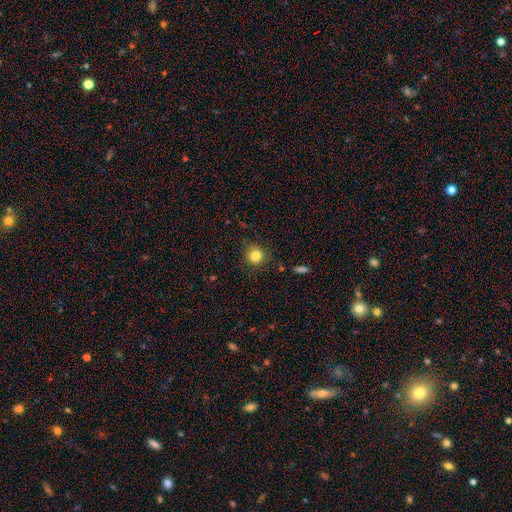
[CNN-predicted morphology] Smooth or featured? smooth (84%)
How rounded? round (91%)
Merging? none (84%)